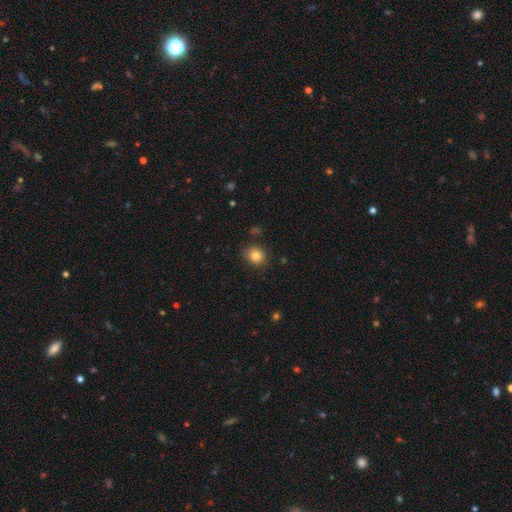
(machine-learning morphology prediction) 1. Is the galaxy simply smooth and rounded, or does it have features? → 84% smooth, 11% star or artifact, 6% featured or disk.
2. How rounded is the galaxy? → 75% round, 24% in between, 1% cigar-shaped.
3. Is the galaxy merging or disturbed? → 84% none, 12% minor disturbance, 3% major disturbance, 2% merger.